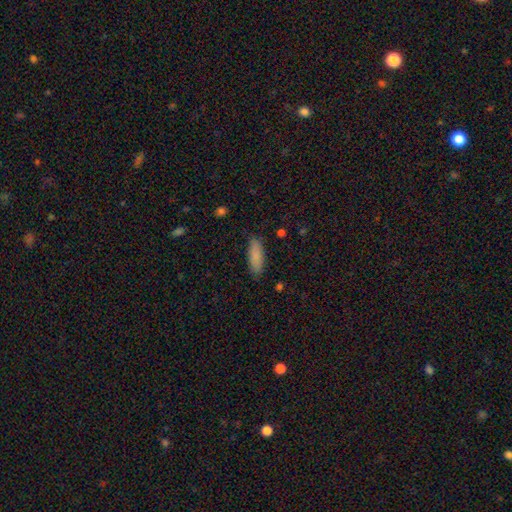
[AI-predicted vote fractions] smooth_or_featured: smooth (p=0.87) [alt: featured or disk p=0.07]
how_rounded: in between (p=0.56) [alt: cigar-shaped p=0.42]
merging: none (p=0.85) [alt: minor disturbance p=0.12]